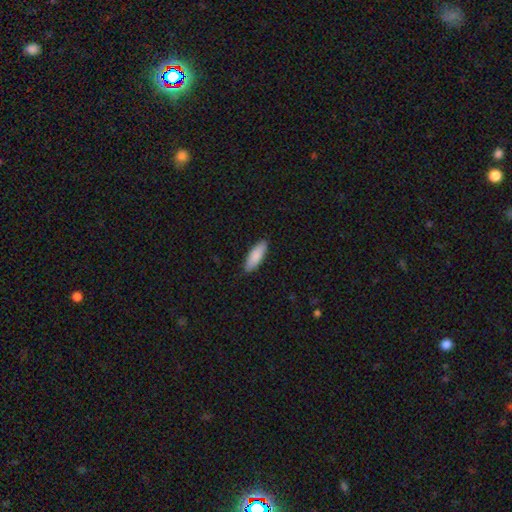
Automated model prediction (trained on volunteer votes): smooth 87%, featured or disk 8%, star or artifact 5%. Down the decision tree: how rounded — in between (64%); merging — none (87%).